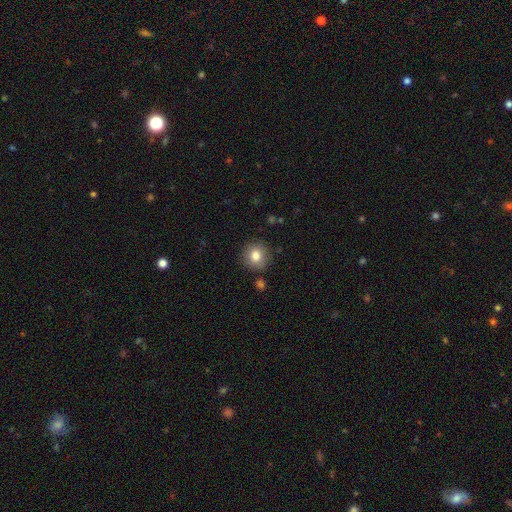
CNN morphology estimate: Smooth or featured?
  - smooth: 82% *
  - star or artifact: 10%
  - featured or disk: 8%
How rounded?
  - round: 89% *
  - in between: 10%
  - cigar-shaped: 1%
Merging?
  - none: 86% *
  - minor disturbance: 9%
  - merger: 3%
  - major disturbance: 2%